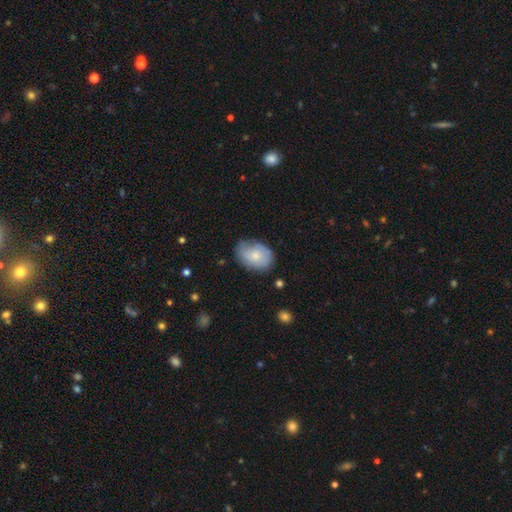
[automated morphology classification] Smooth or featured?
  - smooth: 62% *
  - featured or disk: 31%
  - star or artifact: 6%
How rounded?
  - in between: 76% *
  - round: 23%
  - cigar-shaped: 1%
Merging?
  - none: 65% *
  - minor disturbance: 26%
  - major disturbance: 7%
  - merger: 2%